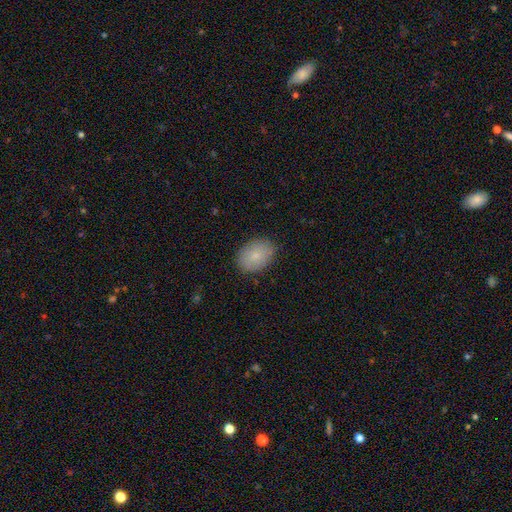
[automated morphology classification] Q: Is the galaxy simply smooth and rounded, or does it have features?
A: smooth — 83%.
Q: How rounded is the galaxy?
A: in between — 74%.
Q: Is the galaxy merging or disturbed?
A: none — 85%.